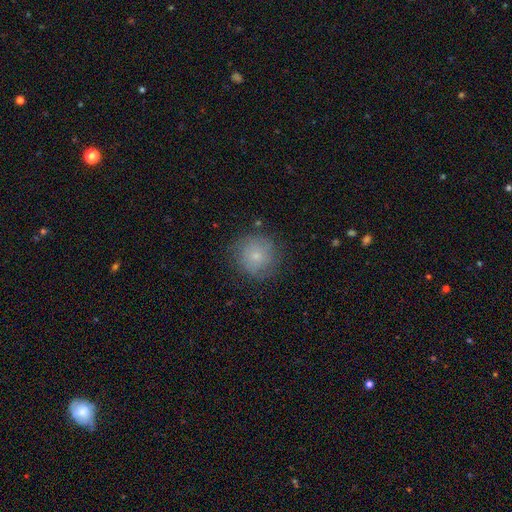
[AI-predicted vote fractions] Smooth or featured: smooth — 70% (featured or disk — 21%)
How rounded: round — 93% (in between — 6%)
Merging: none — 78% (minor disturbance — 15%)